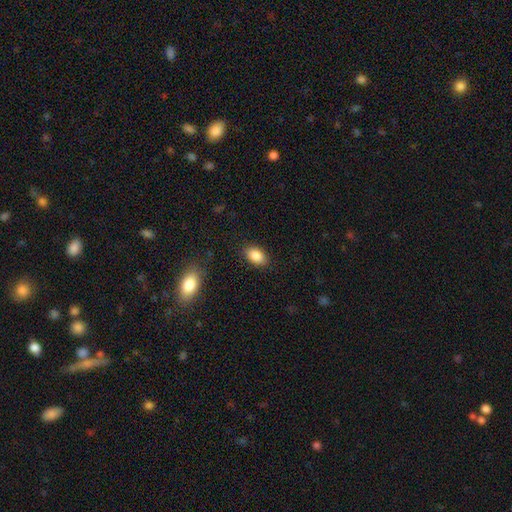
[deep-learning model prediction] The model was most divided on "merging": none: 87%, minor disturbance: 9%, major disturbance: 3%, merger: 1%. More confident: how rounded — in between (88%); smooth or featured — smooth (87%).